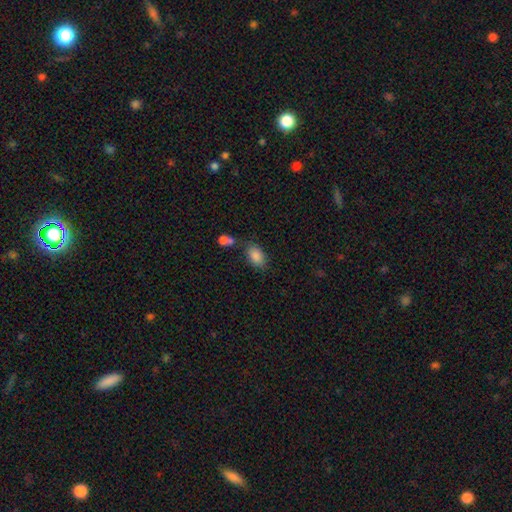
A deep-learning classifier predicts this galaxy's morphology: Smooth or featured? Predicted: smooth (p=0.86). How rounded? Predicted: in between (p=0.90). Merging? Predicted: none (p=0.66).